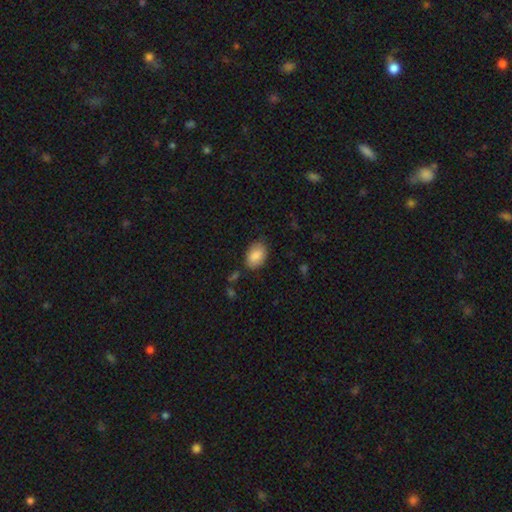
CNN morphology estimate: Q: Smooth or featured?
A: smooth (87%); runner-up: featured or disk (7%)
Q: How rounded?
A: in between (88%); runner-up: round (11%)
Q: Merging?
A: none (79%); runner-up: minor disturbance (16%)